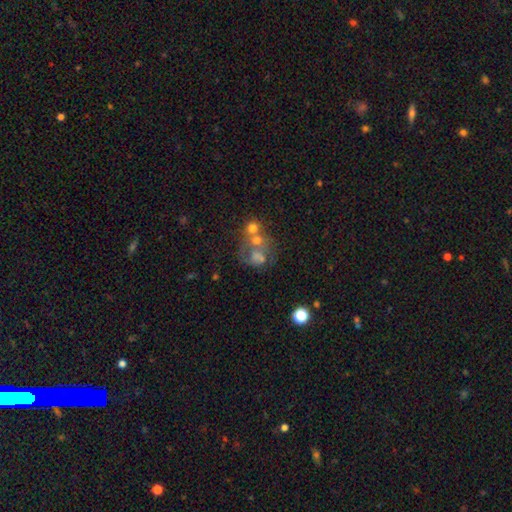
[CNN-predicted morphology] This is marginally a featured or disk galaxy (43%). Merging: marginally merger (39%).